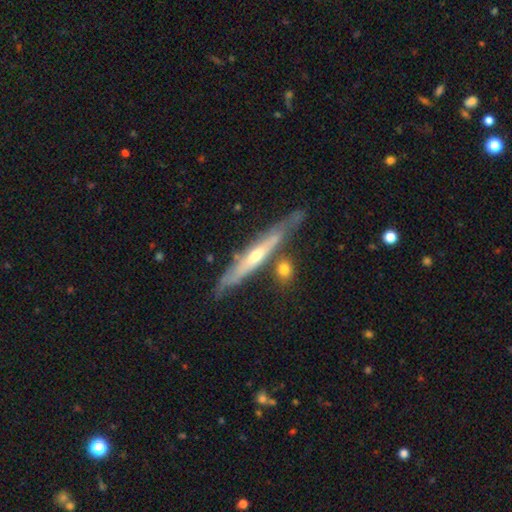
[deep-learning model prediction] smooth_or_featured: featured or disk (p=0.75) [alt: smooth p=0.19]
disk_edge_on: yes (p=0.89) [alt: no p=0.11]
edge_on_bulge: rounded (p=0.76) [alt: none p=0.20]
merging: none (p=0.71) [alt: minor disturbance p=0.17]